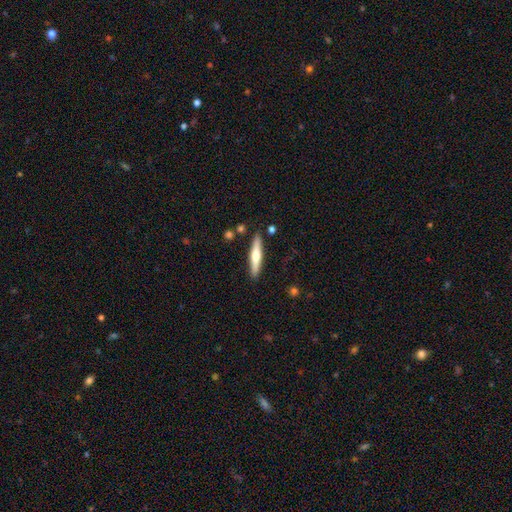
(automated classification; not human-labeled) smooth_or_featured: featured or disk (p=0.50) [alt: smooth p=0.45]
merging: none (p=0.88) [alt: minor disturbance p=0.08]